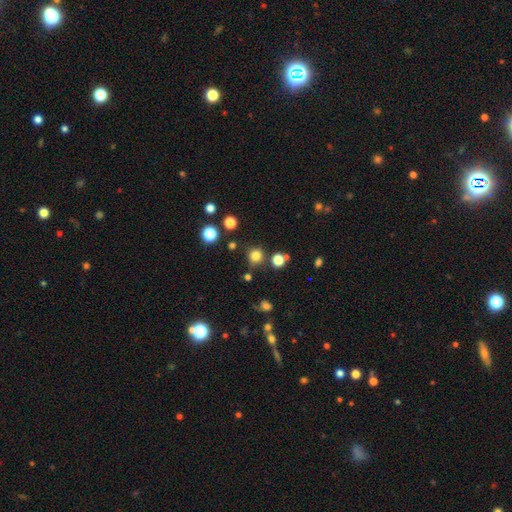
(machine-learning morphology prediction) Q: Smooth or featured?
A: smooth (80%); runner-up: star or artifact (16%)
Q: How rounded?
A: round (92%); runner-up: in between (7%)
Q: Merging?
A: none (84%); runner-up: minor disturbance (8%)